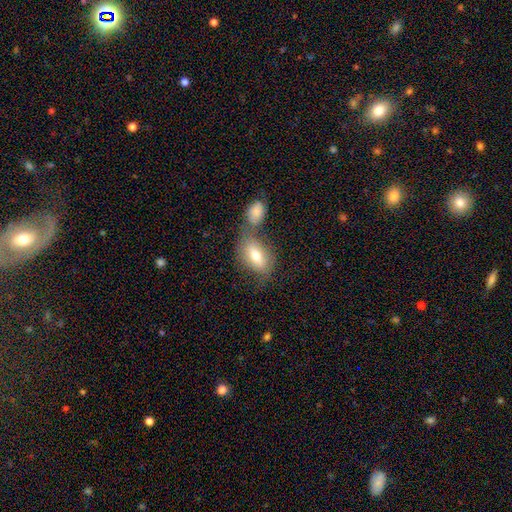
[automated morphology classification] smooth_or_featured: smooth (p=0.68) [alt: featured or disk p=0.25]
how_rounded: in between (p=0.86) [alt: round p=0.10]
merging: none (p=0.43) [alt: merger p=0.35]